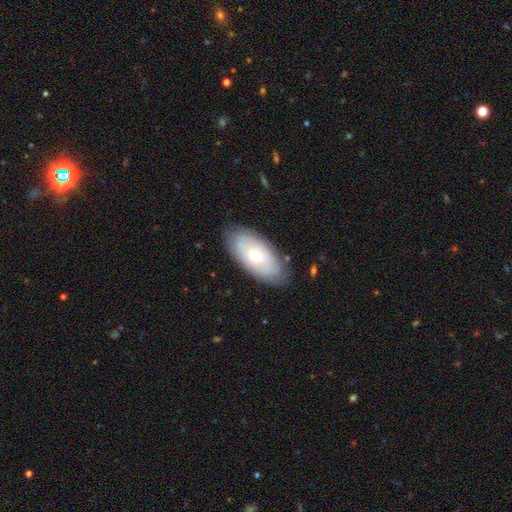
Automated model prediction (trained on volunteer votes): This appears to be a smooth galaxy with no disk features (51%) that is in between round and cigar-shaped (92%). Merging: none (81%).